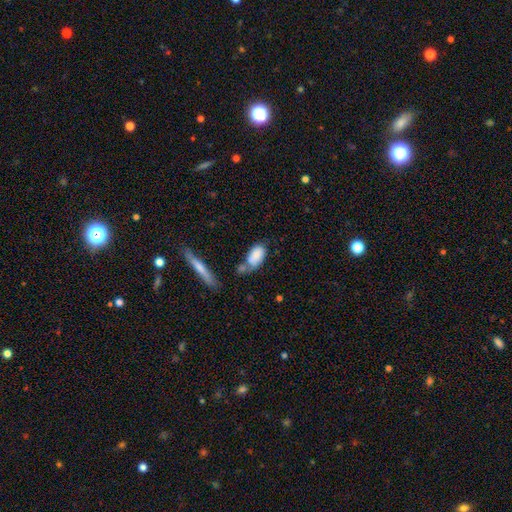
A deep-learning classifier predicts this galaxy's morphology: A smooth galaxy with no disk features (81%) that is in between round and cigar-shaped (89%). Merging: none (41%).